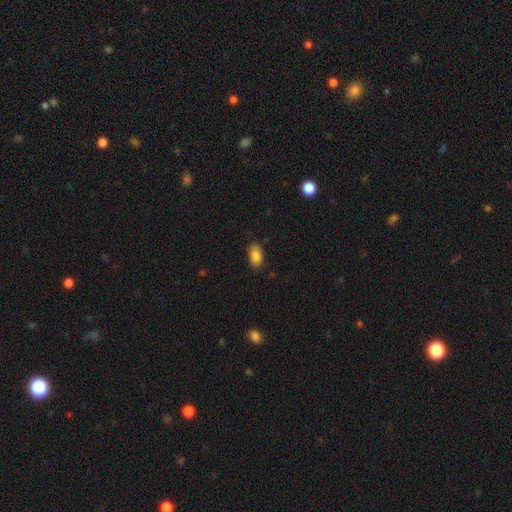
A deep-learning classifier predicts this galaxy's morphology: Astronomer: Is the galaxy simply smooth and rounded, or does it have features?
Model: smooth — 85%.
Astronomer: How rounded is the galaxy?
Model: in between — 91%.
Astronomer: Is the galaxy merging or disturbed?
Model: none — 82%.